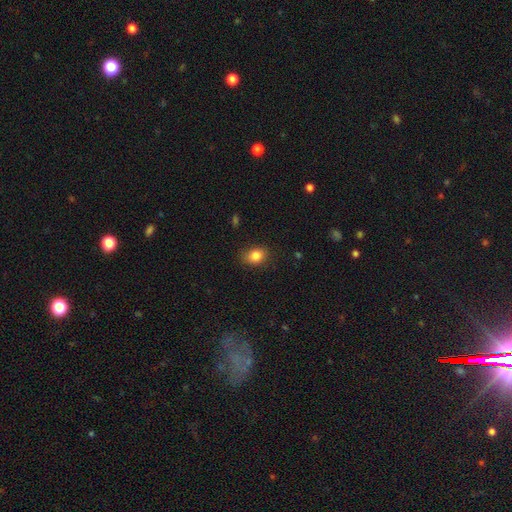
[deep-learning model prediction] This appears to be a smooth galaxy with no disk features (84%) that is in between round and cigar-shaped (62%). Merging: none (82%).